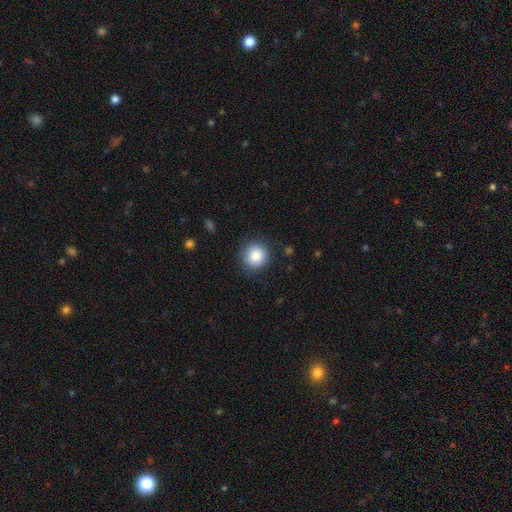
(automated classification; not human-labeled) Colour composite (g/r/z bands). It shows a smooth galaxy with no disk features (84%) that is round (93%). Merging: none (88%).